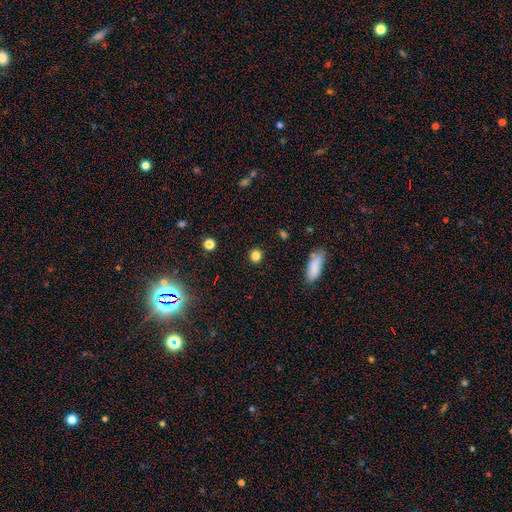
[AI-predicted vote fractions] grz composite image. It shows a smooth galaxy with no disk features (82%) that is round (87%). Merging: none (90%).